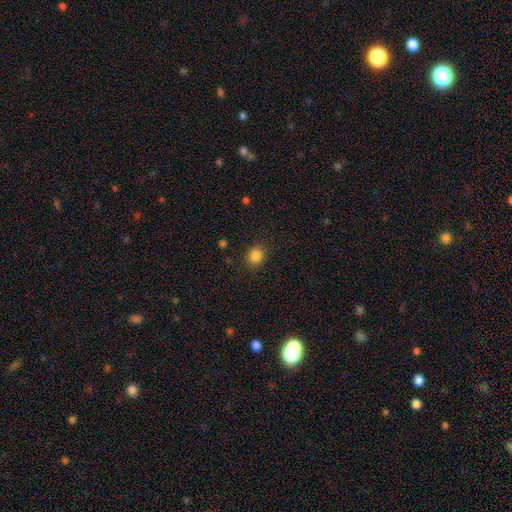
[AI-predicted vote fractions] The model was most divided on "how rounded": round: 71%, in between: 28%, cigar-shaped: 1%. More confident: merging — none (87%); smooth or featured — smooth (85%).